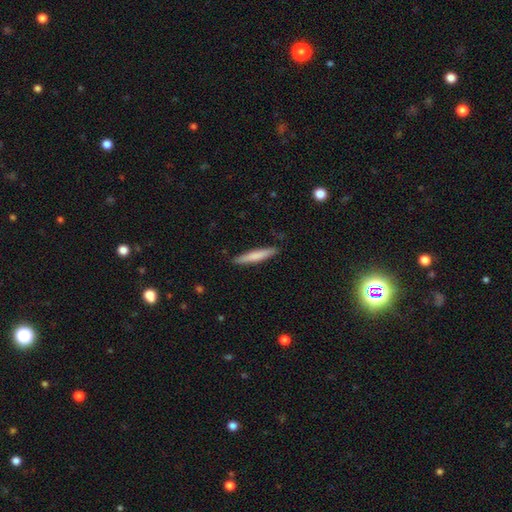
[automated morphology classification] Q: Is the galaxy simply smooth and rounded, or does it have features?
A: smooth — 72%.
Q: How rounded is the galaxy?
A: cigar-shaped — 93%.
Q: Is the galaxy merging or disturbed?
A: none — 89%.